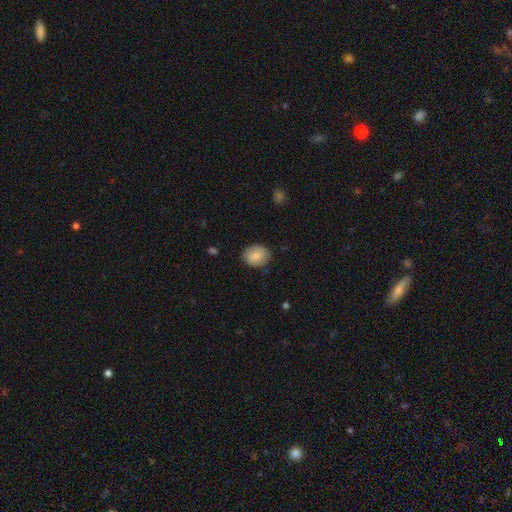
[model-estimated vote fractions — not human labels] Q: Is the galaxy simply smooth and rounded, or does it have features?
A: smooth — 85%.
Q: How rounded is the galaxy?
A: in between — 52%.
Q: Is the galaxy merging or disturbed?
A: none — 81%.